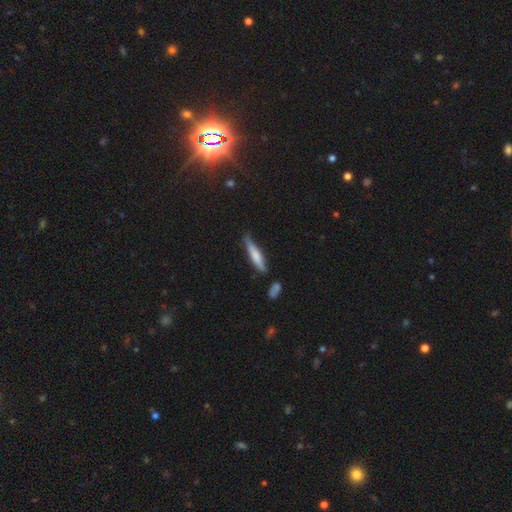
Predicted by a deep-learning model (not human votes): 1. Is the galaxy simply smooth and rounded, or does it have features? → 59% smooth, 35% featured or disk, 6% star or artifact.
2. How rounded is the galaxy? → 87% cigar-shaped, 12% in between, 2% round.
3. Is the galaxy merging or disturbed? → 63% none, 26% minor disturbance, 6% major disturbance, 5% merger.